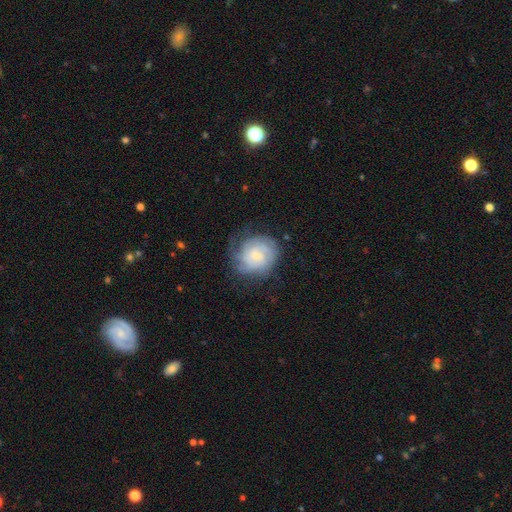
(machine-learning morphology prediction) Smooth or featured?
  - featured or disk: 64% *
  - smooth: 29%
  - star or artifact: 7%
Edge-on disk?
  - no: 98% *
  - yes: 2%
Bar?
  - no: 58% *
  - weak: 37%
  - strong: 5%
Spiral arms?
  - yes: 90% *
  - no: 10%
Spiral winding?
  - tight: 62% *
  - medium: 30%
  - loose: 9%
Spiral arm count?
  - can't tell: 46% *
  - 2: 19%
  - 3: 16%
  - 4: 9%
  - 1: 5%
  - more than 4: 5%
Bulge size?
  - small: 57% *
  - moderate: 28%
  - none: 10%
  - large: 3%
  - dominant: 1%
Merging?
  - none: 63% *
  - minor disturbance: 23%
  - major disturbance: 12%
  - merger: 1%